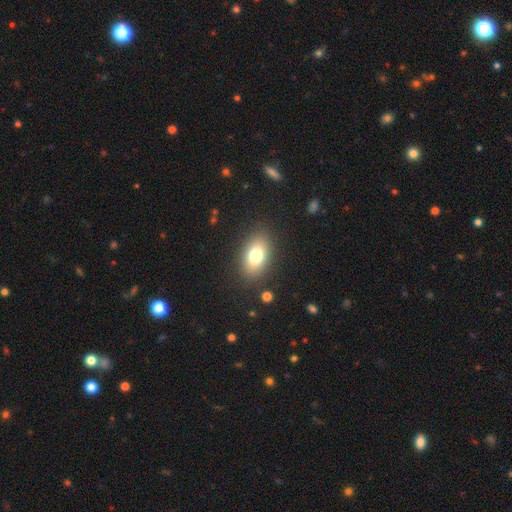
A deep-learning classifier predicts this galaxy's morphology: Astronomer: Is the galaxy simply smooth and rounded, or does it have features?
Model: smooth — 77%.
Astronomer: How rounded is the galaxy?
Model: in between — 87%.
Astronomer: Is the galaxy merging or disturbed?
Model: none — 86%.